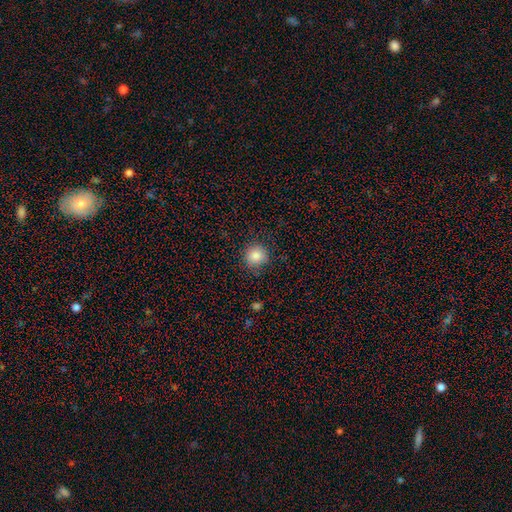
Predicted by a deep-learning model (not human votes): Q: Smooth or featured?
A: smooth (85%); runner-up: star or artifact (11%)
Q: How rounded?
A: round (93%); runner-up: in between (6%)
Q: Merging?
A: none (87%); runner-up: minor disturbance (9%)